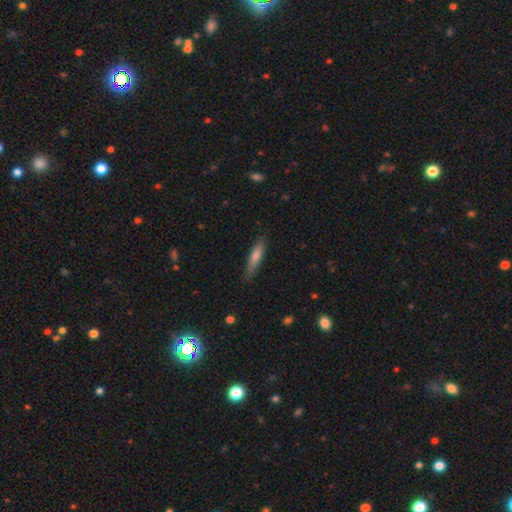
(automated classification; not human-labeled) smooth 66%, featured or disk 28%, star or artifact 6%. Down the decision tree: how rounded — cigar-shaped (84%); merging — none (82%).